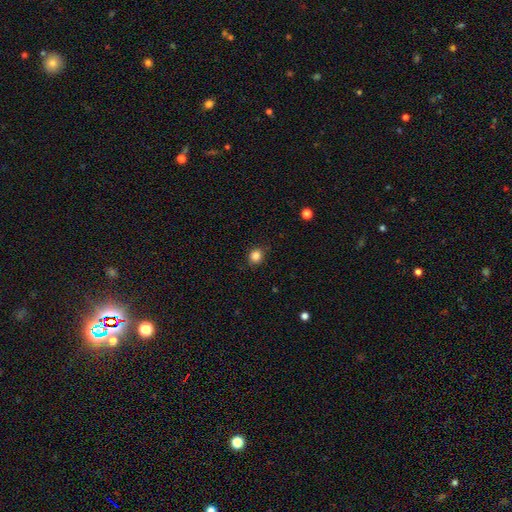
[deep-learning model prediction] This appears to be a smooth galaxy with no disk features (85%) that is round (81%). Merging: none (87%).